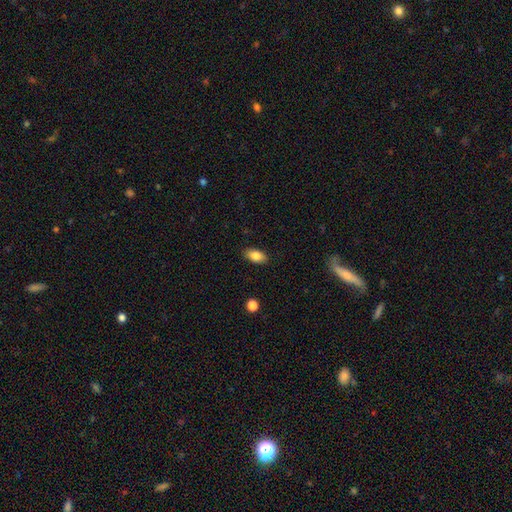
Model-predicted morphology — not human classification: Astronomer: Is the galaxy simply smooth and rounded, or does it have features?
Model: smooth — 84%.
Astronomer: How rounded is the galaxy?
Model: in between — 92%.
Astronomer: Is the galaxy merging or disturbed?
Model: none — 88%.